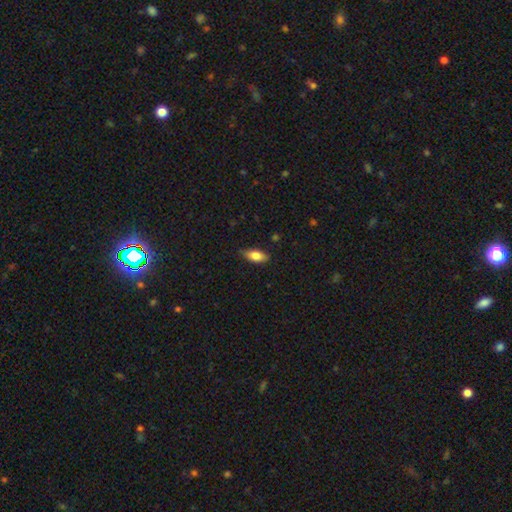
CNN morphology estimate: smooth 78%, featured or disk 15%, star or artifact 7%. Down the decision tree: how rounded — in between (84%); merging — none (80%).